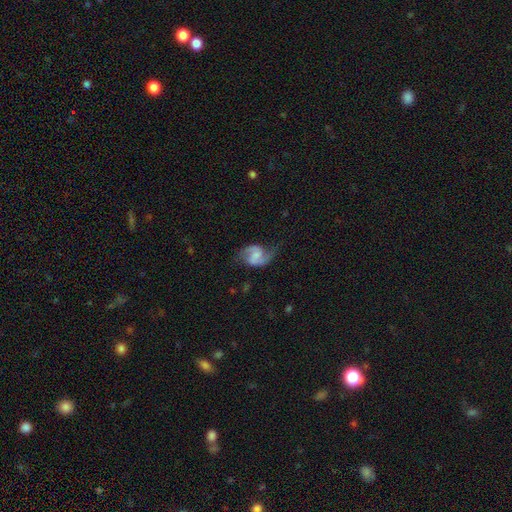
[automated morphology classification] Smooth or featured?
  - featured or disk: 76% *
  - smooth: 17%
  - star or artifact: 7%
Edge-on disk?
  - no: 98% *
  - yes: 2%
Bar?
  - weak: 47% *
  - no: 36%
  - strong: 17%
Spiral arms?
  - yes: 94% *
  - no: 6%
Spiral winding?
  - loose: 48% *
  - medium: 41%
  - tight: 11%
Spiral arm count?
  - 2: 89% *
  - 1: 4%
  - can't tell: 3%
  - 3: 1%
  - 4: 1%
  - more than 4: 1%
Bulge size?
  - none: 39% *
  - small: 30%
  - moderate: 22%
  - large: 7%
  - dominant: 2%
Merging?
  - none: 64% *
  - minor disturbance: 21%
  - major disturbance: 13%
  - merger: 2%